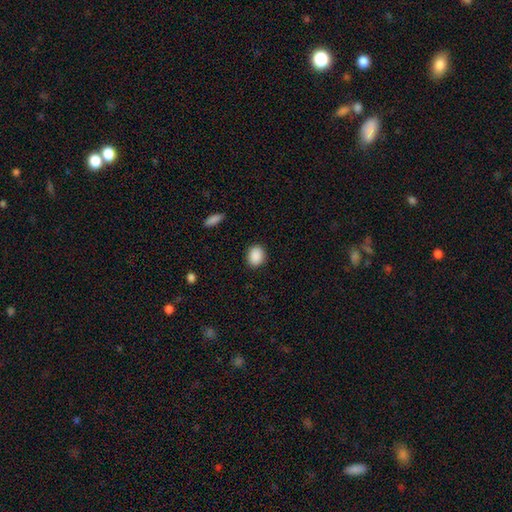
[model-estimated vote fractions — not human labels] Smooth or featured?
  - smooth: 90% *
  - star or artifact: 8%
  - featured or disk: 3%
How rounded?
  - in between: 52% *
  - round: 47%
  - cigar-shaped: 1%
Merging?
  - none: 89% *
  - minor disturbance: 7%
  - major disturbance: 2%
  - merger: 1%